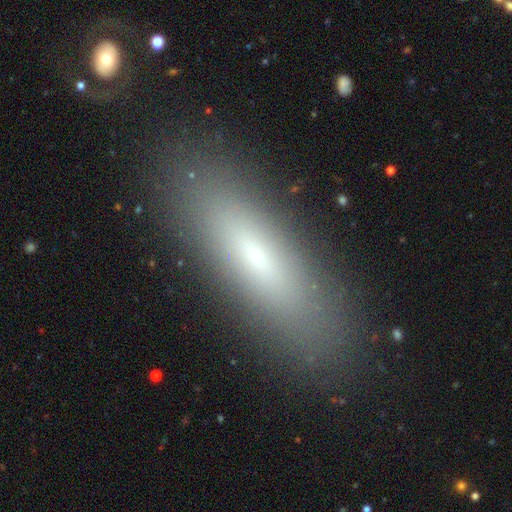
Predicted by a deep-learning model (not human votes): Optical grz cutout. It shows a smooth galaxy with no disk features (65%) that is cigar-shaped (57%). Merging: none (87%).